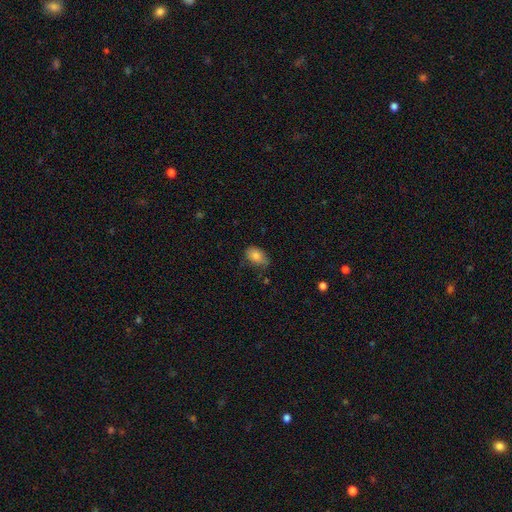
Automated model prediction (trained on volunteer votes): smooth 83%, featured or disk 9%, star or artifact 9%. Down the decision tree: how rounded — in between (85%); merging — none (59%).